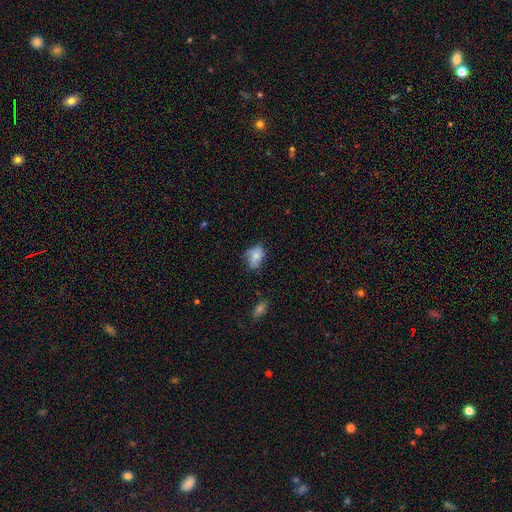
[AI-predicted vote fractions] Smooth or featured? smooth (74%)
How rounded? in between (80%)
Merging? none (49%)